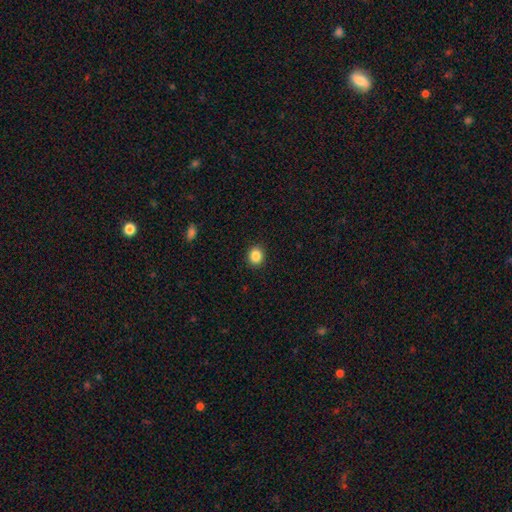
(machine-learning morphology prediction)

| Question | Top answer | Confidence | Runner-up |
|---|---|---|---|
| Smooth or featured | smooth | 86% | star or artifact (10%) |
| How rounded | round | 80% | in between (19%) |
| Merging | none | 91% | minor disturbance (6%) |